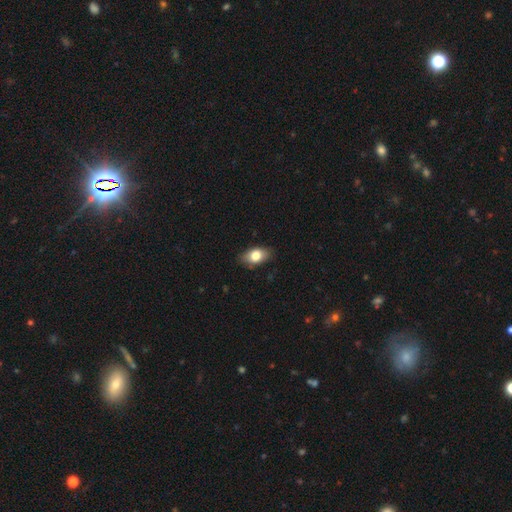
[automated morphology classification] This is likely a smooth galaxy (79%). How rounded: clearly in between (88%). Merging: clearly none (83%).